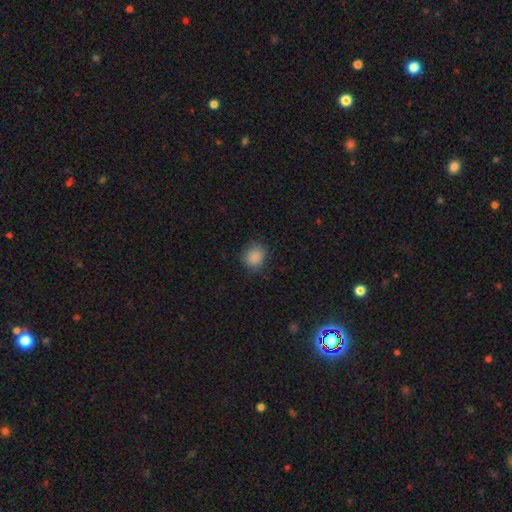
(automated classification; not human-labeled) Morphology: type=smooth (87%); roundness=round (76%); merging=none (82%).